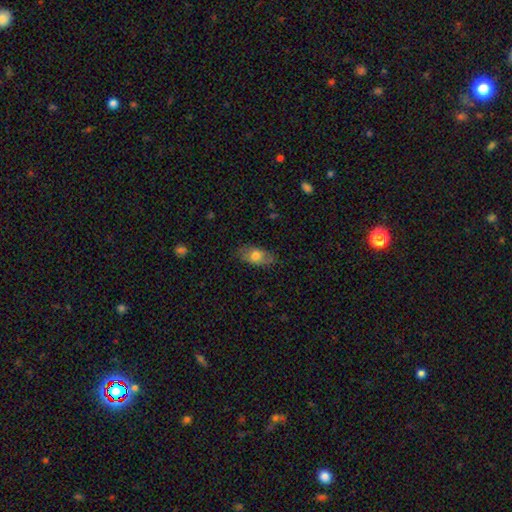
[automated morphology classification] A smooth galaxy with no disk features (70%) that is in between round and cigar-shaped (89%).

Vote fractions:
- Smooth or featured? smooth: 70% / featured or disk: 23% / star or artifact: 7%
- How rounded? in between: 89% / round: 6% / cigar-shaped: 5%
- Merging? none: 76% / minor disturbance: 19% / major disturbance: 4% / merger: 1%